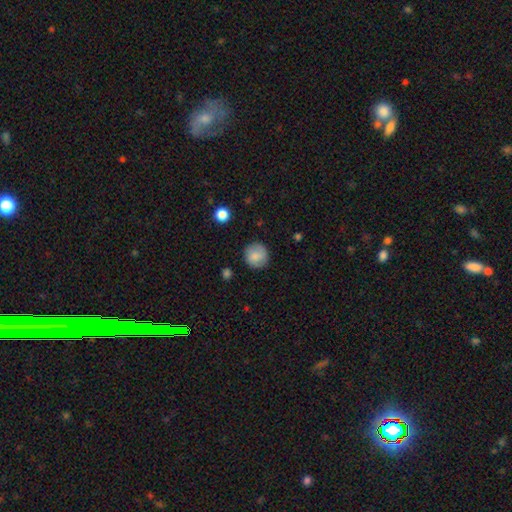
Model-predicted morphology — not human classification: A smooth galaxy with no disk features (83%) that is round (93%). Merging: none (85%).